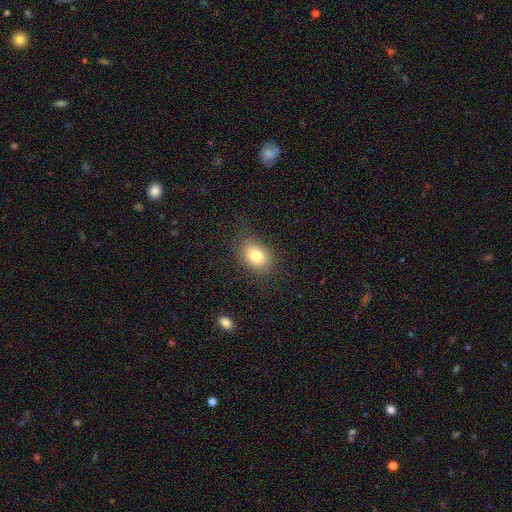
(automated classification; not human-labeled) The model was most divided on "how rounded": in between: 67%, round: 32%, cigar-shaped: 1%. More confident: merging — none (82%); smooth or featured — smooth (79%).